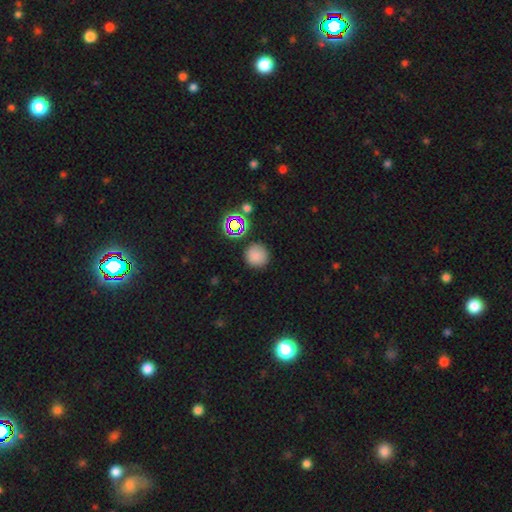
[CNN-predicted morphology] A smooth galaxy with no disk features (76%) that is round (93%). Merging: none (84%).